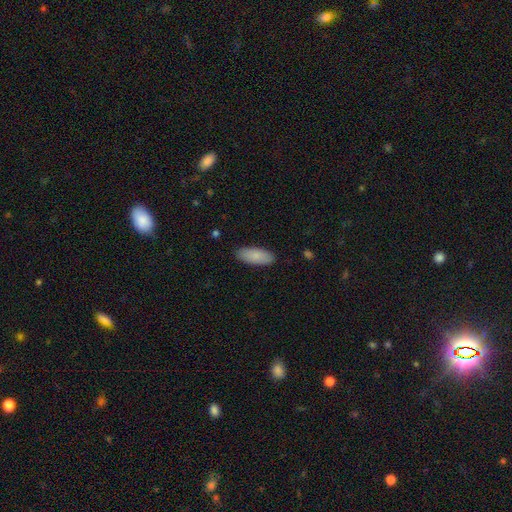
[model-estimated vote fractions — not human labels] This appears to be a smooth galaxy with no disk features (87%) that is in between round and cigar-shaped (80%). Merging: none (88%).